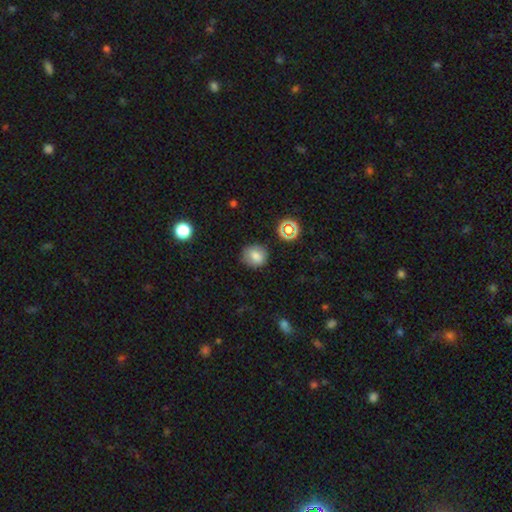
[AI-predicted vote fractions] A smooth galaxy with no disk features (78%) that is round (83%).

Vote fractions:
- Smooth or featured? smooth: 78% / star or artifact: 13% / featured or disk: 9%
- How rounded? round: 83% / in between: 16% / cigar-shaped: 1%
- Merging? none: 82% / minor disturbance: 13% / major disturbance: 3% / merger: 2%